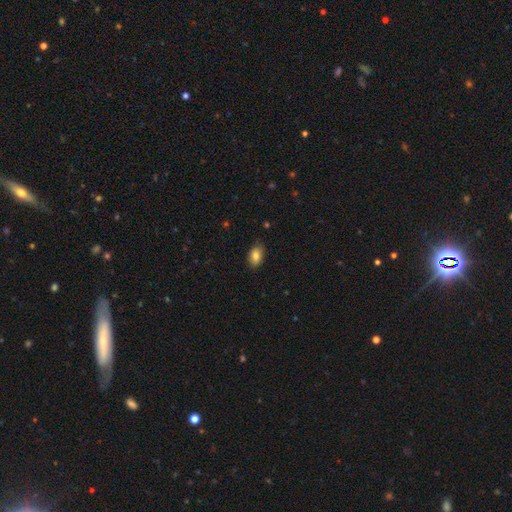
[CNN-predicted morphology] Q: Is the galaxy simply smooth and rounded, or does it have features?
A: smooth — 83%.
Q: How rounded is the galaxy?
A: in between — 89%.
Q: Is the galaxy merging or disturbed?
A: none — 79%.